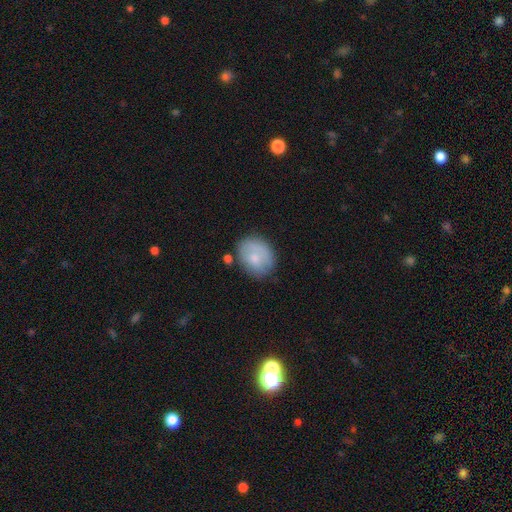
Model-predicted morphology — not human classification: Smooth or featured? Predicted: smooth (p=0.73). How rounded? Predicted: in between (p=0.50). Merging? Predicted: none (p=0.68).